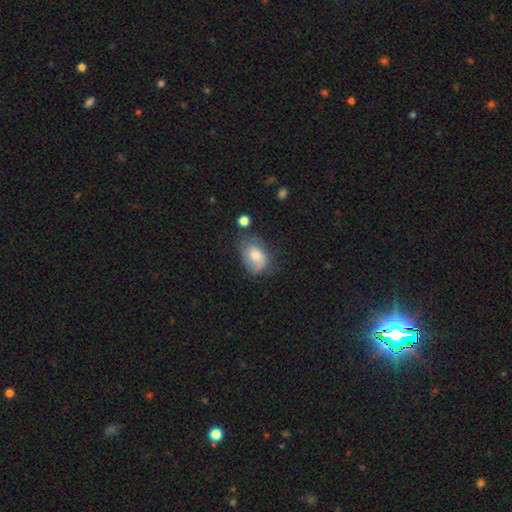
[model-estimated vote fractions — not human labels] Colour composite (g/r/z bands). It shows a smooth galaxy with no disk features (55%) that is in between round and cigar-shaped (78%). Merging: none (47%).